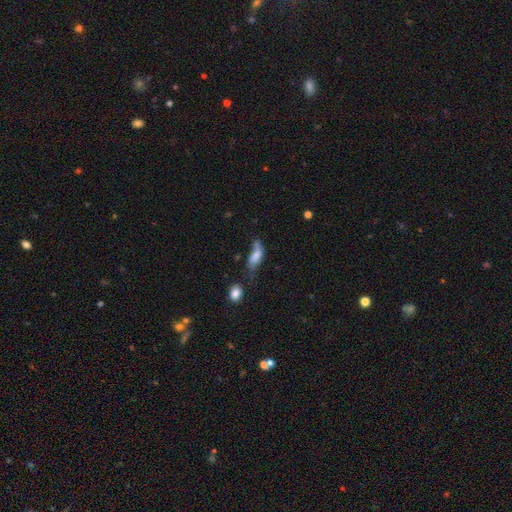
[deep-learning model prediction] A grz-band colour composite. It shows a smooth galaxy with no disk features (58%) that is in between round and cigar-shaped (74%). Merging: none (31%).